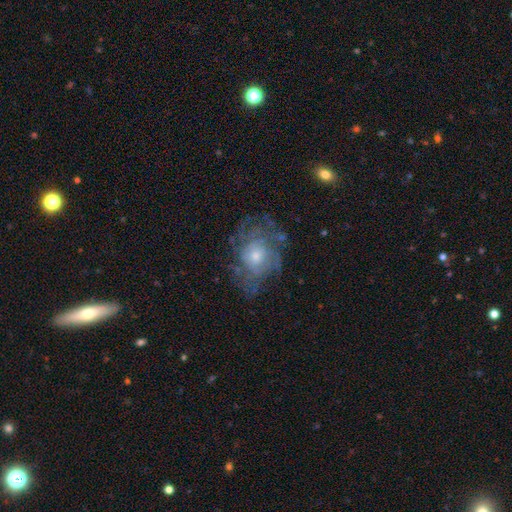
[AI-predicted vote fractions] This appears to be a featured or disk galaxy (67%) with no bar (84%), spiral arms (67%) and a small central bulge (48%). Merging: none (61%).